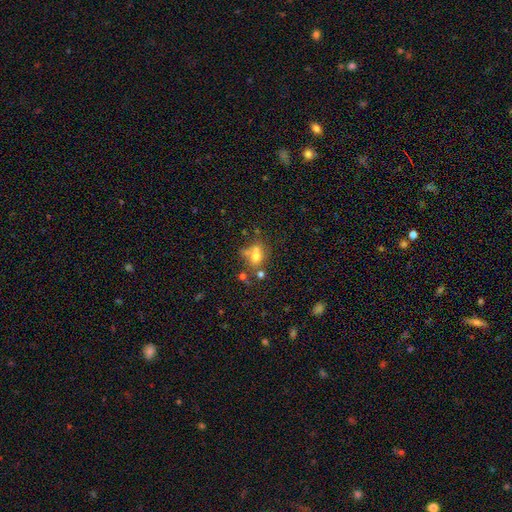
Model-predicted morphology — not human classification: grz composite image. It shows a smooth galaxy with no disk features (63%) that is round (55%). Merging: none (42%).